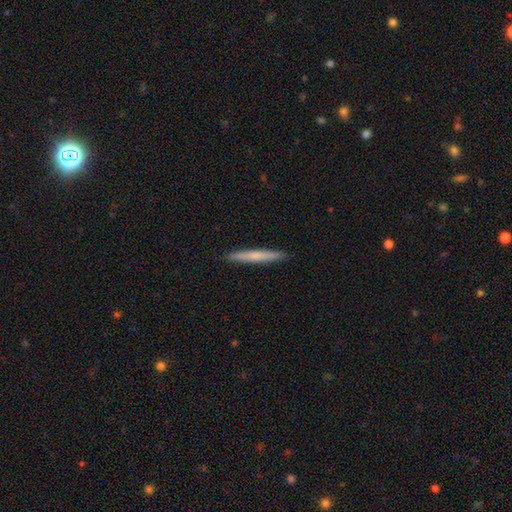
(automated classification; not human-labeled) Smooth or featured: smooth — 65% (featured or disk — 30%)
How rounded: cigar-shaped — 97% (in between — 2%)
Merging: none — 92% (minor disturbance — 6%)